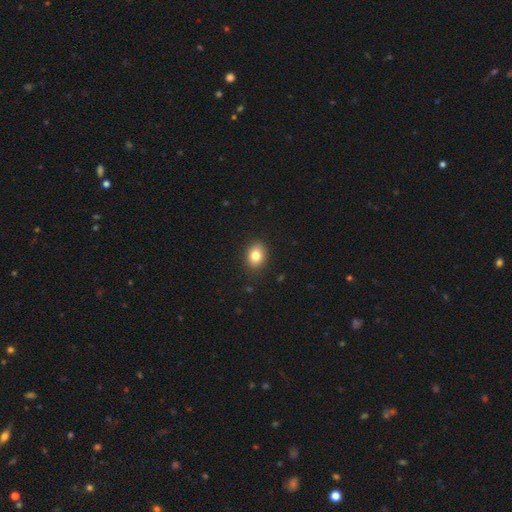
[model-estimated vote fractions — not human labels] A smooth galaxy with no disk features (82%) that is in between round and cigar-shaped (55%). Merging: none (88%).